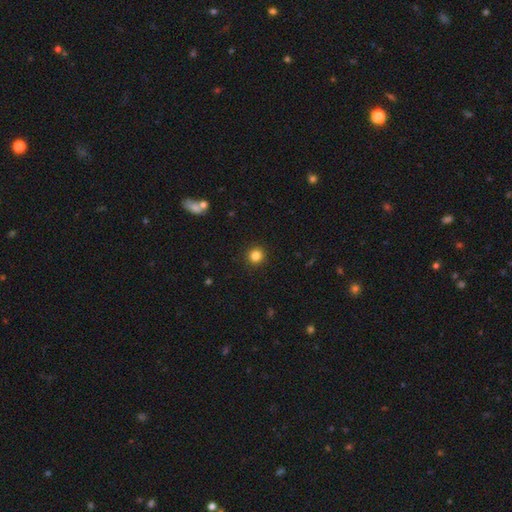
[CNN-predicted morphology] The model was most divided on "smooth or featured": smooth: 84%, star or artifact: 12%, featured or disk: 4%. More confident: how rounded — round (94%); merging — none (93%).